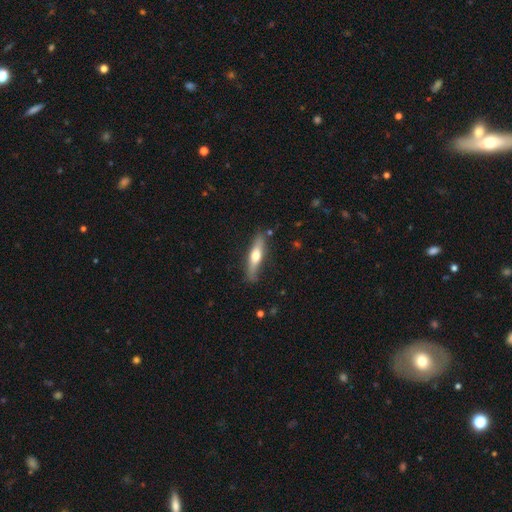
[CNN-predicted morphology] smooth_or_featured: smooth (p=0.50) [alt: featured or disk p=0.44]
how_rounded: cigar-shaped (p=0.79) [alt: in between p=0.19]
merging: none (p=0.82) [alt: minor disturbance p=0.14]